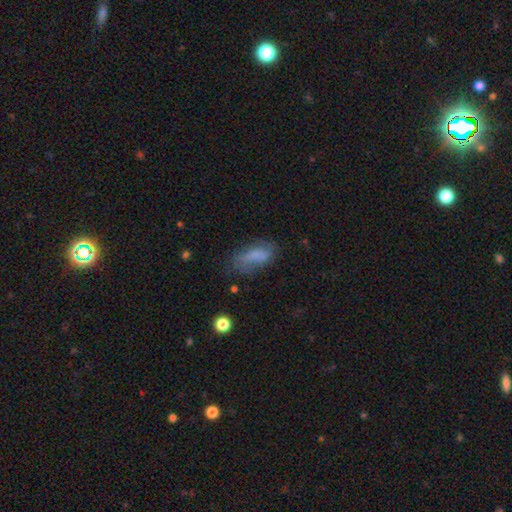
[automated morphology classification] A smooth galaxy with no disk features (68%) that is in between round and cigar-shaped (79%).

Vote fractions:
- Smooth or featured? smooth: 68% / featured or disk: 21% / star or artifact: 11%
- How rounded? in between: 79% / cigar-shaped: 18% / round: 4%
- Merging? none: 50% / minor disturbance: 29% / major disturbance: 17% / merger: 4%